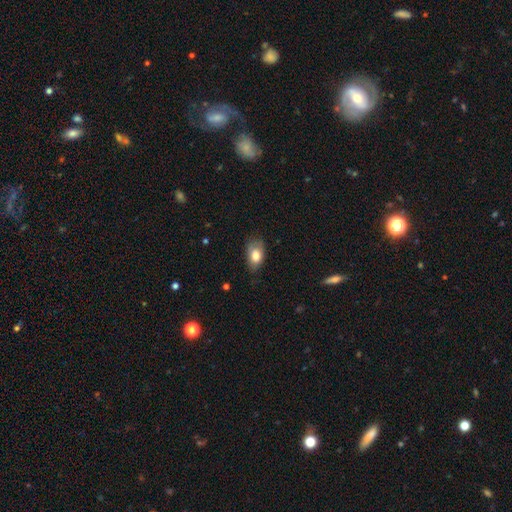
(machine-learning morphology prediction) smooth-or-featured: smooth: 77% | featured or disk: 15% | star or artifact: 8%
  how-rounded: in between: 87% | round: 11% | cigar-shaped: 2%
  merging: none: 63% | minor disturbance: 29% | major disturbance: 7% | merger: 1%